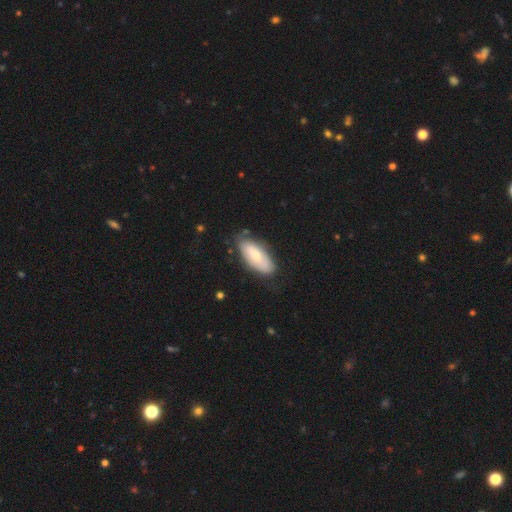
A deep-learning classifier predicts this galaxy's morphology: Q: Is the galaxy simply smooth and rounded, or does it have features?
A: smooth — 60%.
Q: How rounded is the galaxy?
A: in between — 84%.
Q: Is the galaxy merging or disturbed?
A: none — 69%.